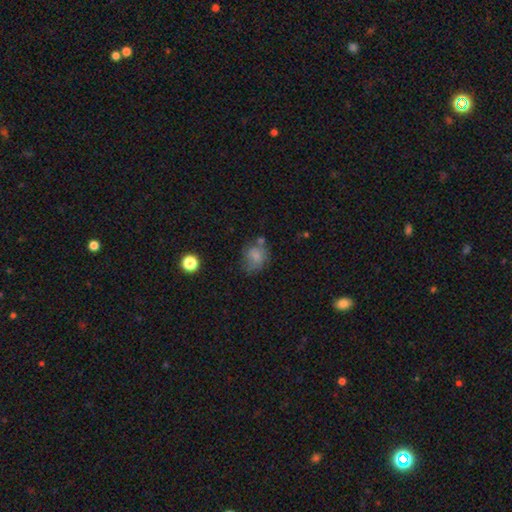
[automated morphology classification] Overall: smooth (72%). How rounded: round (57%; in between 42%). Merging: none (44%; minor disturbance 29%).